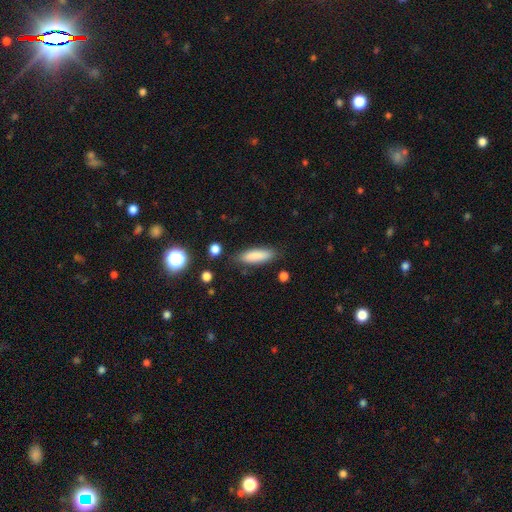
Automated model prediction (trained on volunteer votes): Smooth or featured? smooth (86%)
How rounded? cigar-shaped (51%)
Merging? none (82%)